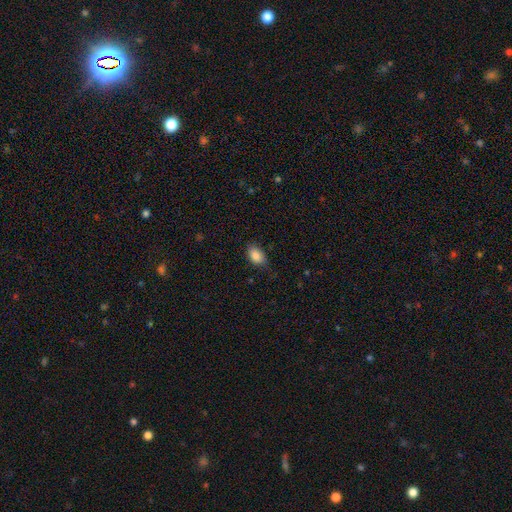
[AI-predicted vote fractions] A smooth galaxy with no disk features (87%) that is in between round and cigar-shaped (88%). Merging: none (76%).